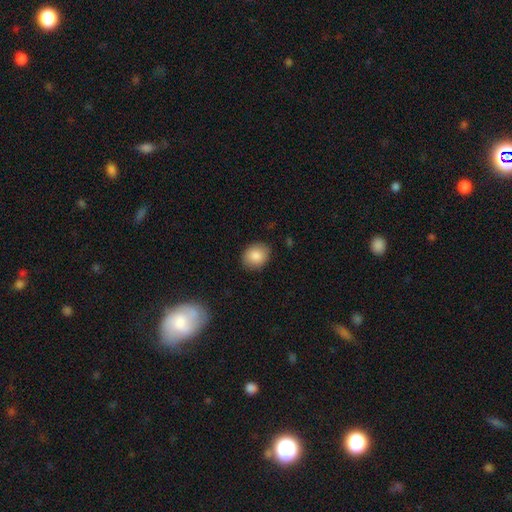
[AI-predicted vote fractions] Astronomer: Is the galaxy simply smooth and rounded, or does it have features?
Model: smooth — 86%.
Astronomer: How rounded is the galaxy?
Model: round — 53% (runner-up: in between, 46%).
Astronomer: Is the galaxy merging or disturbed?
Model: none — 85%.